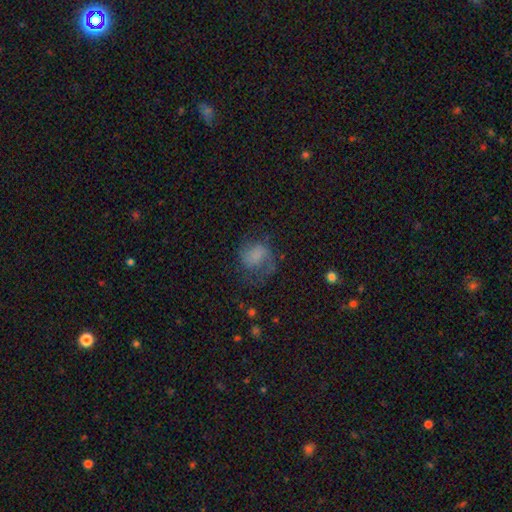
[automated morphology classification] This is possibly a smooth galaxy (49%). Merging: marginally none (45%).